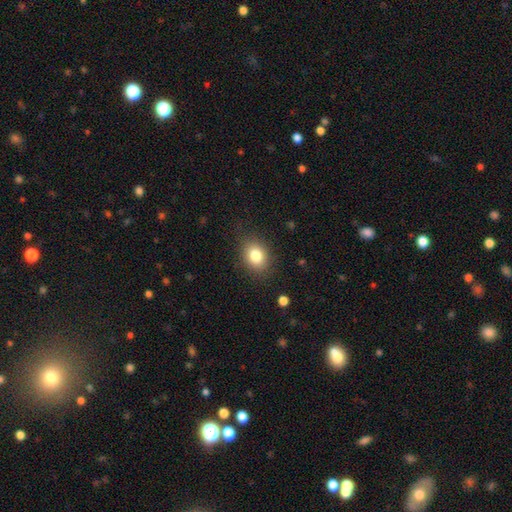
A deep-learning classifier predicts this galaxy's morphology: Smooth or featured? Predicted: smooth (p=0.82). How rounded? Predicted: in between (p=0.59). Merging? Predicted: none (p=0.82).